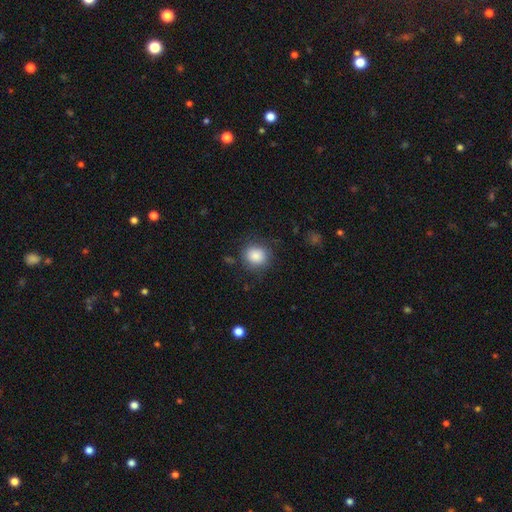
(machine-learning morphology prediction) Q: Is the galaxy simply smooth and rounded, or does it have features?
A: smooth — 86%.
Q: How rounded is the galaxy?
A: round — 84%.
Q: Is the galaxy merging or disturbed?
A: none — 81%.